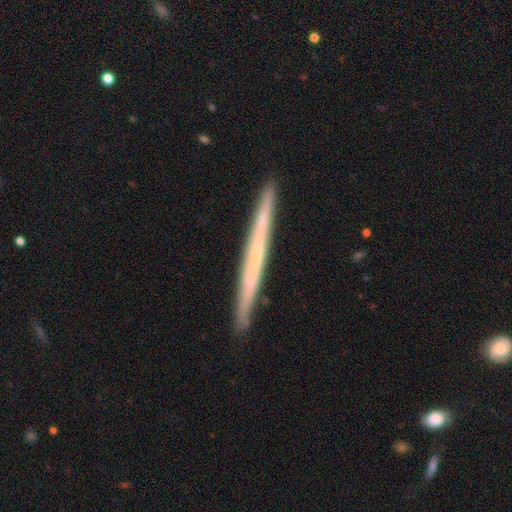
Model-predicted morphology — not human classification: smooth-or-featured: featured or disk: 55% | smooth: 39% | star or artifact: 6%
  disk-edge-on: yes: 97% | no: 3%
    edge-on-bulge: none: 90% | rounded: 7% | boxy: 3%
  merging: none: 92% | minor disturbance: 6% | merger: 1% | major disturbance: 1%